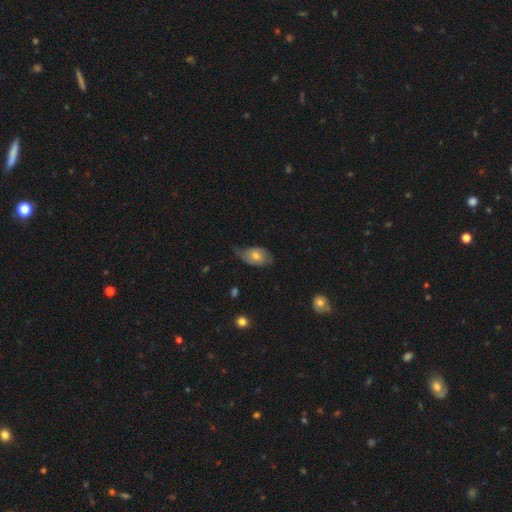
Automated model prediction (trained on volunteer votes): Q: Smooth or featured?
A: smooth (55%); runner-up: featured or disk (37%)
Q: How rounded?
A: in between (87%); runner-up: round (10%)
Q: Merging?
A: none (47%); runner-up: minor disturbance (39%)